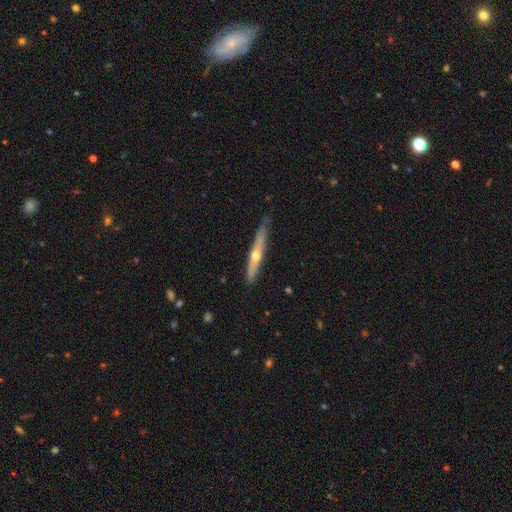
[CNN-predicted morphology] Q: Smooth or featured?
A: featured or disk (62%); runner-up: smooth (33%)
Q: Edge-on disk?
A: yes (93%); runner-up: no (7%)
Q: Edge-on bulge?
A: rounded (85%); runner-up: none (13%)
Q: Merging?
A: none (79%); runner-up: minor disturbance (17%)